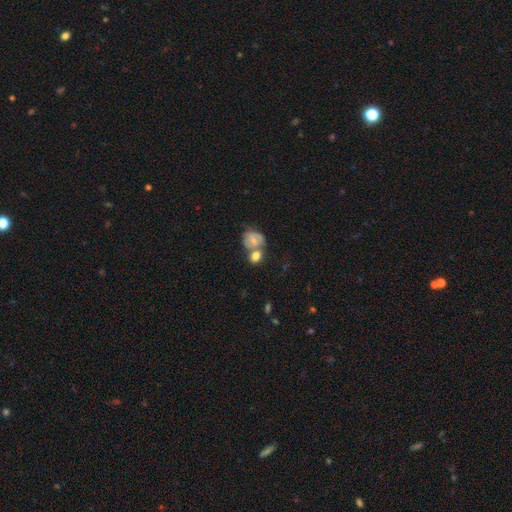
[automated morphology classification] A smooth galaxy with no disk features (69%) that is round (59%).

Vote fractions:
- Smooth or featured? smooth: 69% / featured or disk: 21% / star or artifact: 9%
- How rounded? round: 59% / in between: 39% / cigar-shaped: 1%
- Merging? merger: 49% / none: 34% / minor disturbance: 11% / major disturbance: 5%